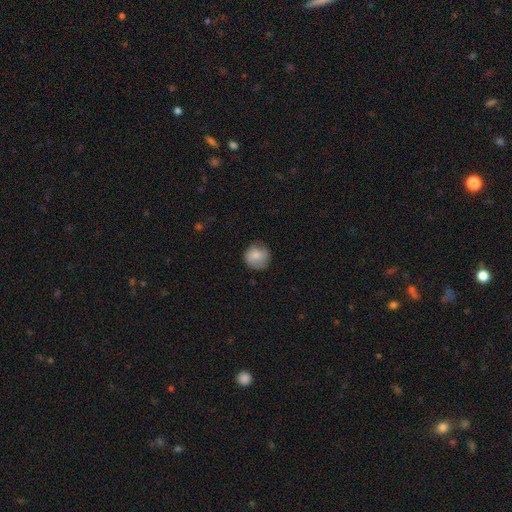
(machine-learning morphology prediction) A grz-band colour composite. It shows a smooth galaxy with no disk features (79%) that is round (91%). Merging: none (77%).